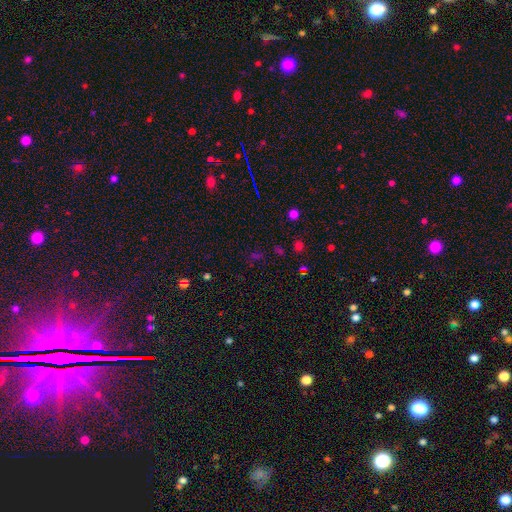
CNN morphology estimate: Q: Smooth or featured?
A: star or artifact (60%); runner-up: smooth (31%)